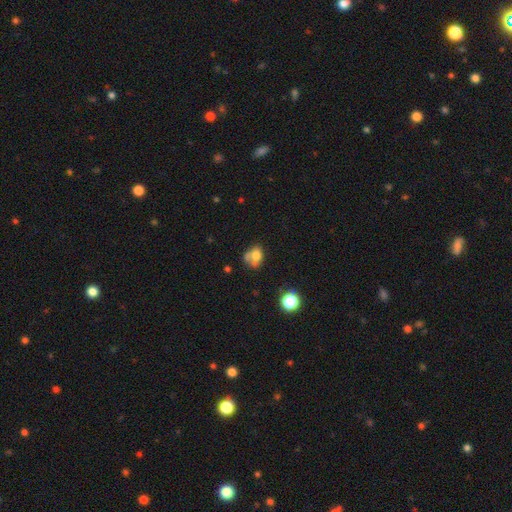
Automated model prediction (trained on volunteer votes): Smooth or featured? smooth (69%)
How rounded? in between (62%)
Merging? none (33%)